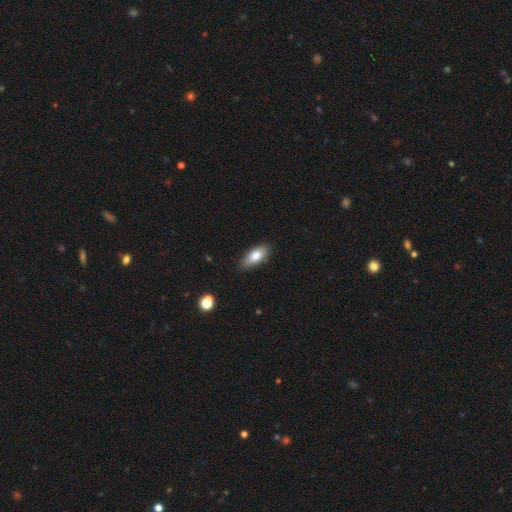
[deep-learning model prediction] smooth 77%, featured or disk 16%, star or artifact 7%. Down the decision tree: how rounded — in between (84%); merging — none (86%).